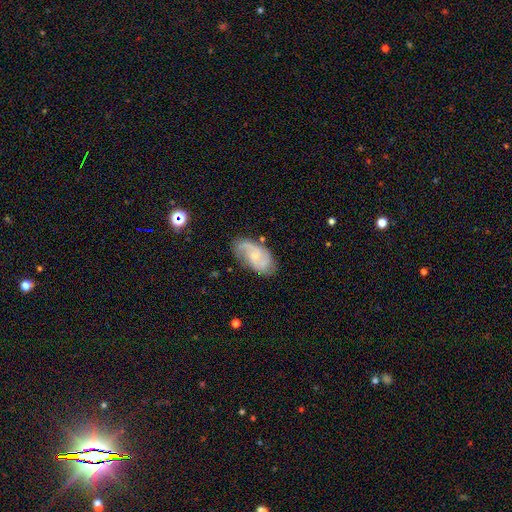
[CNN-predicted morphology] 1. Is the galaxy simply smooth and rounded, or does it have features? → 79% featured or disk, 15% smooth, 6% star or artifact.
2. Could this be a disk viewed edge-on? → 96% no, 4% yes.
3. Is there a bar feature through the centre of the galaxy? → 59% no, 36% weak, 5% strong.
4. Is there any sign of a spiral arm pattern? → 95% yes, 5% no.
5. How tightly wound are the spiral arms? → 49% medium, 26% tight, 25% loose.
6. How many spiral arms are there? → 74% 2, 10% can't tell, 7% 3, 5% 1, 2% 4, 2% more than 4.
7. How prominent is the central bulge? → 64% small, 27% moderate, 6% none, 1% large, 1% dominant.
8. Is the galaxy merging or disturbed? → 72% none, 20% minor disturbance, 7% major disturbance, 2% merger.